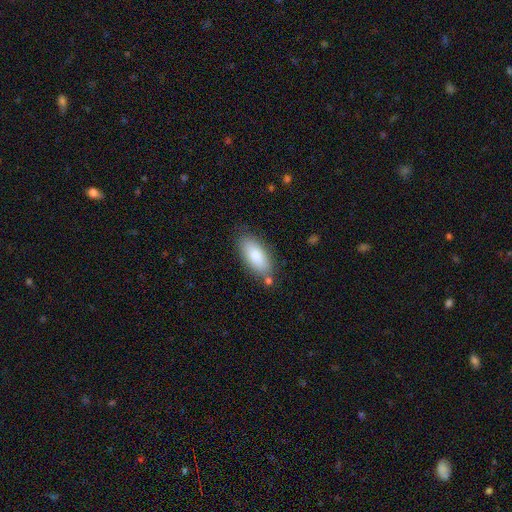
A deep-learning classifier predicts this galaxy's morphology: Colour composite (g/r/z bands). It shows a smooth galaxy with no disk features (78%) that is in between round and cigar-shaped (87%). Merging: none (78%).